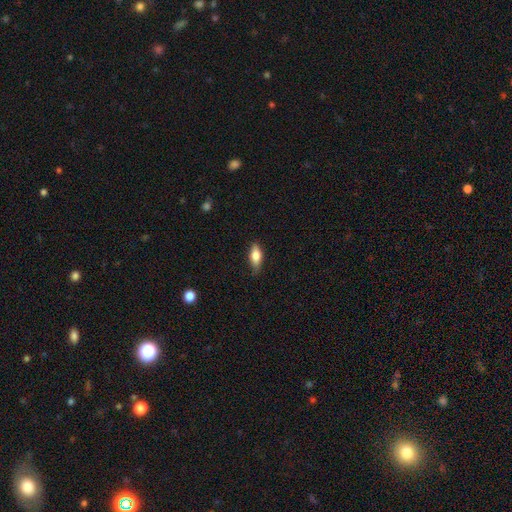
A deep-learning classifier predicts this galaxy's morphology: Smooth or featured?
  - smooth: 74% *
  - featured or disk: 19%
  - star or artifact: 7%
How rounded?
  - in between: 77% *
  - cigar-shaped: 20%
  - round: 4%
Merging?
  - none: 79% *
  - minor disturbance: 17%
  - major disturbance: 3%
  - merger: 1%